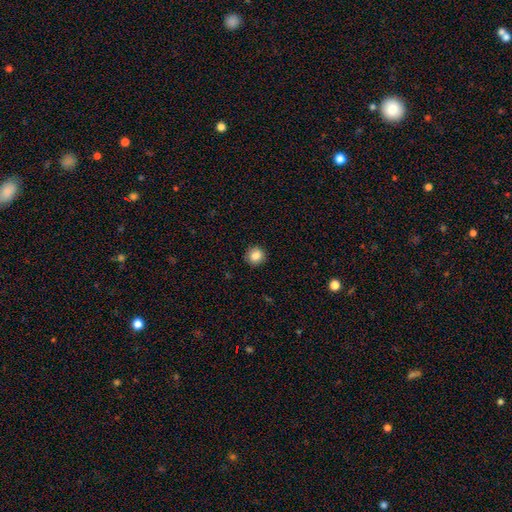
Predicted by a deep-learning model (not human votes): Overall: smooth (85%). How rounded: round (93%). Merging: none (91%).